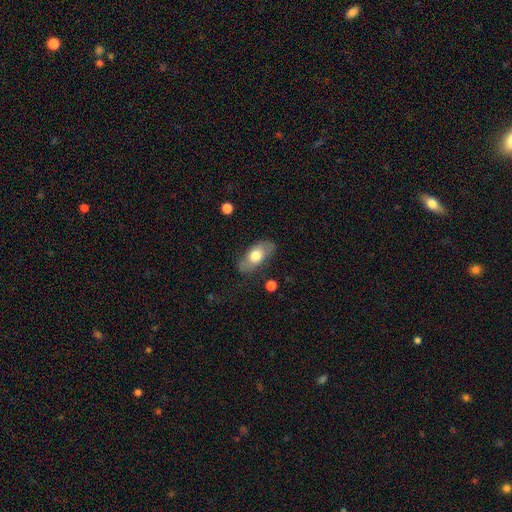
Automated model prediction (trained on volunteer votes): A smooth galaxy with no disk features (65%) that is in between round and cigar-shaped (89%). Merging: none (78%).